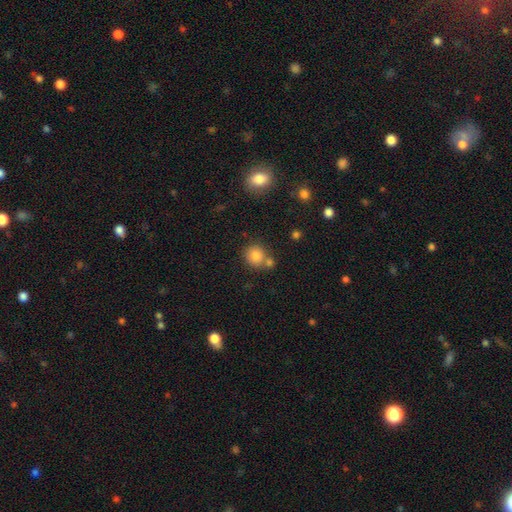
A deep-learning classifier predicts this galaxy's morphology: Smooth or featured: smooth — 82% (star or artifact — 11%)
How rounded: round — 86% (in between — 13%)
Merging: none — 62% (merger — 25%)